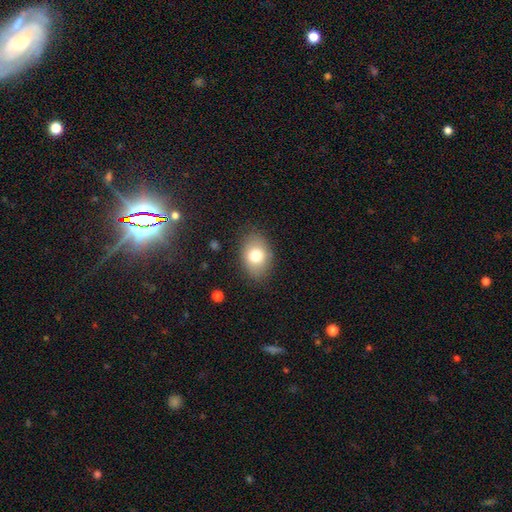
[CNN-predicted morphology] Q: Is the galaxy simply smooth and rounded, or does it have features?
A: smooth — 76%.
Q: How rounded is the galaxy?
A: in between — 79%.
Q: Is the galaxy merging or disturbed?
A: none — 82%.